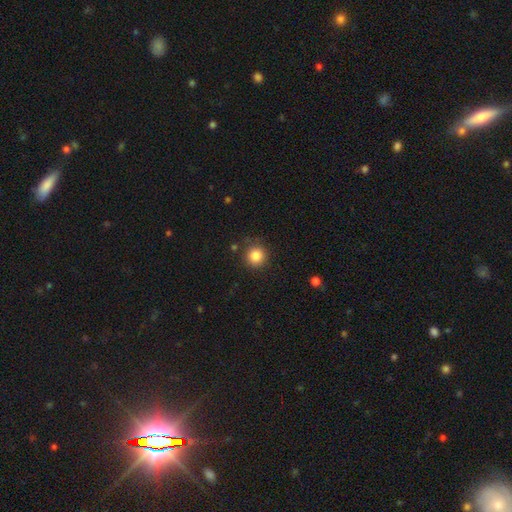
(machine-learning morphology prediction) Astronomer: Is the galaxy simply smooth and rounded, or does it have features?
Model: smooth — 84%.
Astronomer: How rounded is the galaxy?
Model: round — 94%.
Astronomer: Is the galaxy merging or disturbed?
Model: none — 86%.